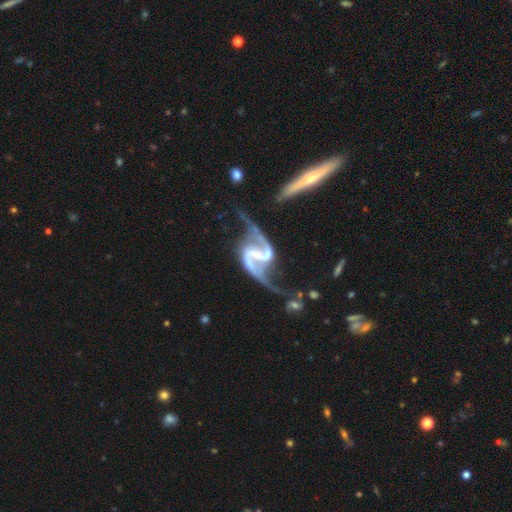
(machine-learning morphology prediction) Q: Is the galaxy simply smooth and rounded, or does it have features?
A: featured or disk — 94%.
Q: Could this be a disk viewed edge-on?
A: no — 98%.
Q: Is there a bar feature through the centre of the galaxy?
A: strong — 45%.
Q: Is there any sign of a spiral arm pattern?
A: yes — 98%.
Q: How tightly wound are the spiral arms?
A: loose — 66%.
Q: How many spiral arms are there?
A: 2 — 94%.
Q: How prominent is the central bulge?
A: none — 47%.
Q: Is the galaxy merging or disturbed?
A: none — 41%.